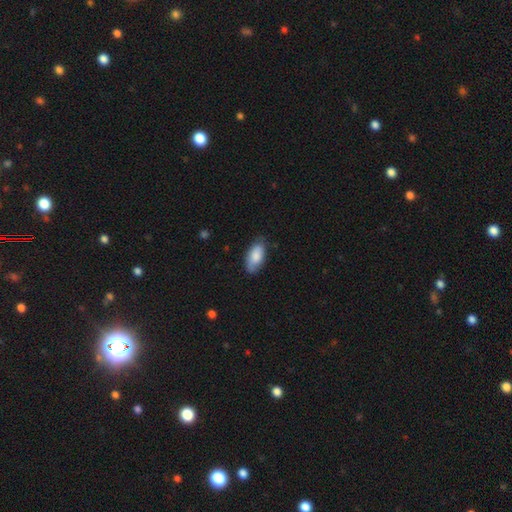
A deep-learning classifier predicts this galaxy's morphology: Smooth or featured? Predicted: smooth (p=0.82). How rounded? Predicted: in between (p=0.91). Merging? Predicted: none (p=0.73).